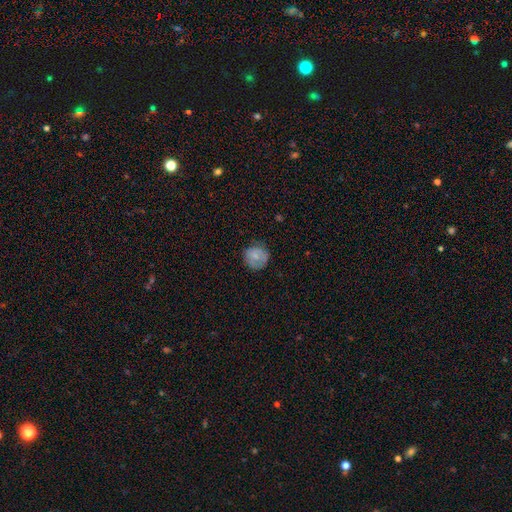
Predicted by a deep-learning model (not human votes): smooth-or-featured: smooth: 75% | featured or disk: 17% | star or artifact: 8%
  how-rounded: round: 90% | in between: 9% | cigar-shaped: 1%
  merging: none: 76% | minor disturbance: 18% | major disturbance: 5% | merger: 1%